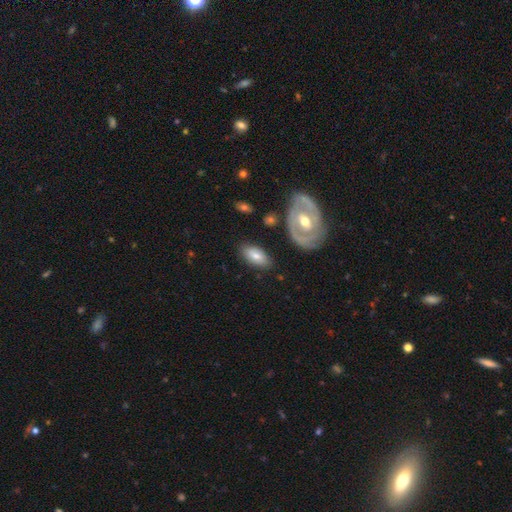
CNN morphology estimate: Q: Smooth or featured?
A: smooth (67%); runner-up: featured or disk (26%)
Q: How rounded?
A: in between (91%); runner-up: round (4%)
Q: Merging?
A: none (78%); runner-up: minor disturbance (14%)